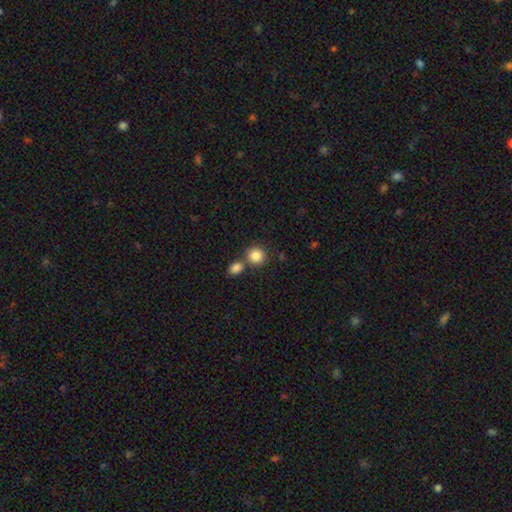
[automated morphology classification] smooth 85%, star or artifact 9%, featured or disk 5%. Down the decision tree: how rounded — round (87%); merging — none (63%).